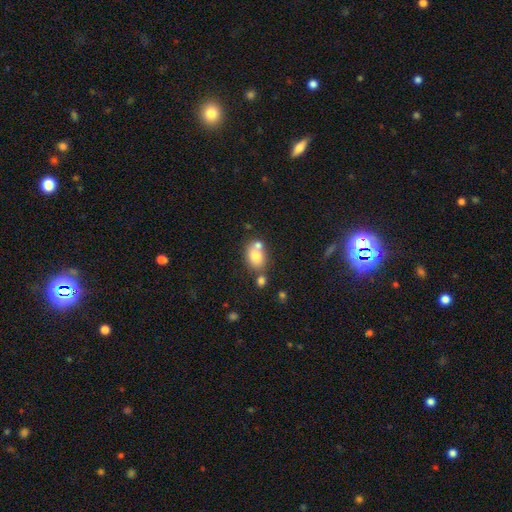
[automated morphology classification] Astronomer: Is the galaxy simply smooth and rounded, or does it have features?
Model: smooth — 76%.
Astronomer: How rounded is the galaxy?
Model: in between — 65%.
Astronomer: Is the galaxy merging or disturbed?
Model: none — 51% (runner-up: merger, 31%).